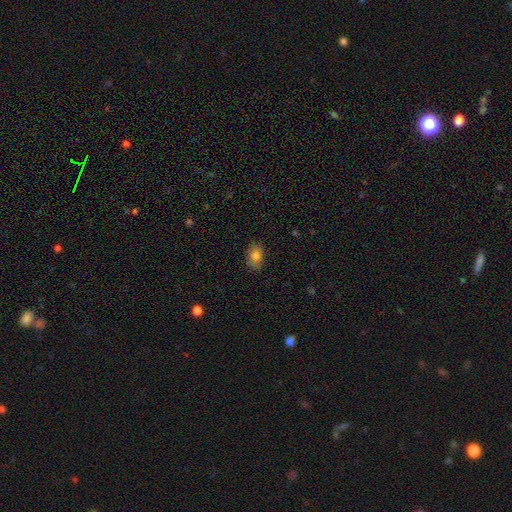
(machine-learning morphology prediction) Smooth or featured?
  - smooth: 80% *
  - featured or disk: 10%
  - star or artifact: 10%
How rounded?
  - in between: 78% *
  - round: 20%
  - cigar-shaped: 1%
Merging?
  - none: 83% *
  - minor disturbance: 13%
  - major disturbance: 3%
  - merger: 1%